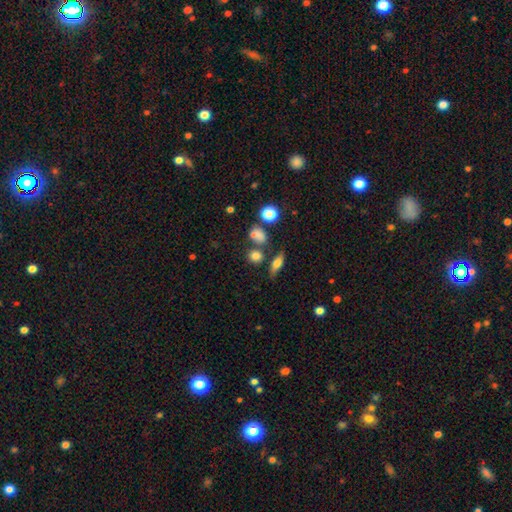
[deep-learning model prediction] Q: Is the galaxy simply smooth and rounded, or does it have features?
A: smooth — 75%.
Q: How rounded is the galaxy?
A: round — 68%.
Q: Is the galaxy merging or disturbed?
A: none — 63%.